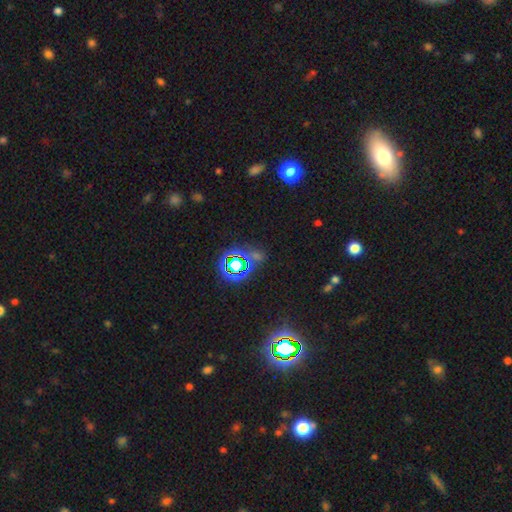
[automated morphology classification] This appears to be a star or artifact, not a galaxy (71%).